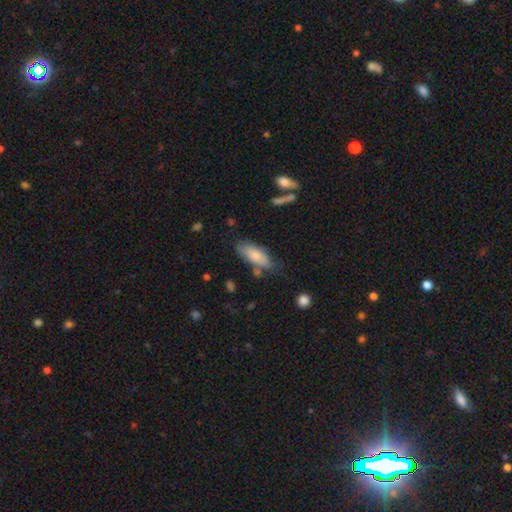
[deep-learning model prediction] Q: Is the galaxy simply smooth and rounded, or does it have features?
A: smooth — 77%.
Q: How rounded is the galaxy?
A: in between — 78%.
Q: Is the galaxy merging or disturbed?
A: none — 64%.